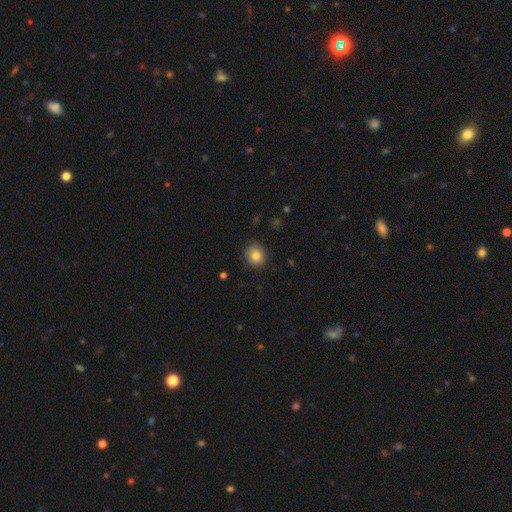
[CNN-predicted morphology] A smooth galaxy with no disk features (83%) that is round (83%).

Vote fractions:
- Smooth or featured? smooth: 83% / star or artifact: 10% / featured or disk: 7%
- How rounded? round: 83% / in between: 16% / cigar-shaped: 1%
- Merging? none: 88% / minor disturbance: 9% / major disturbance: 2% / merger: 1%